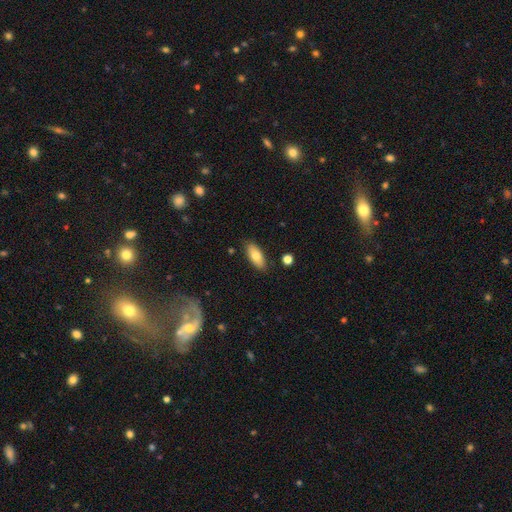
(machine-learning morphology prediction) This appears to be a smooth galaxy with no disk features (77%) that is in between round and cigar-shaped (82%). Merging: none (86%).